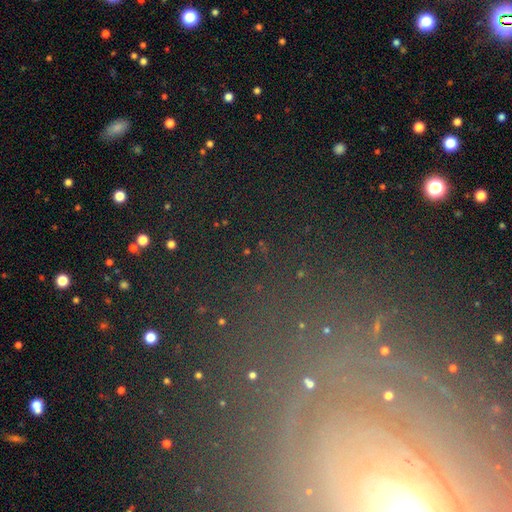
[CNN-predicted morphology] Smooth or featured? star or artifact (54%)